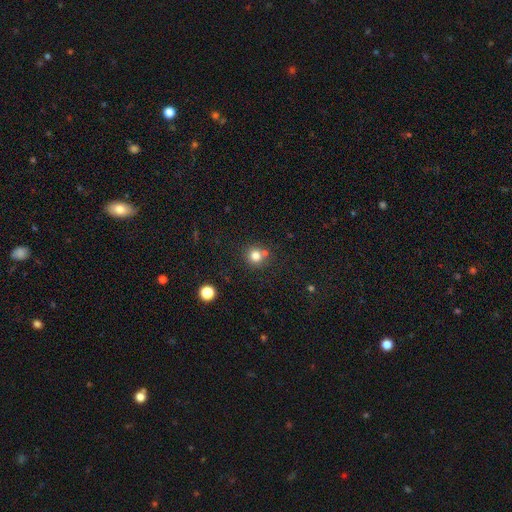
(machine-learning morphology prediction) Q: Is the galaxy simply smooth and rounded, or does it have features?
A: smooth — 79%.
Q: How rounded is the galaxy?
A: round — 92%.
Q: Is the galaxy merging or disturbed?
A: none — 72%.